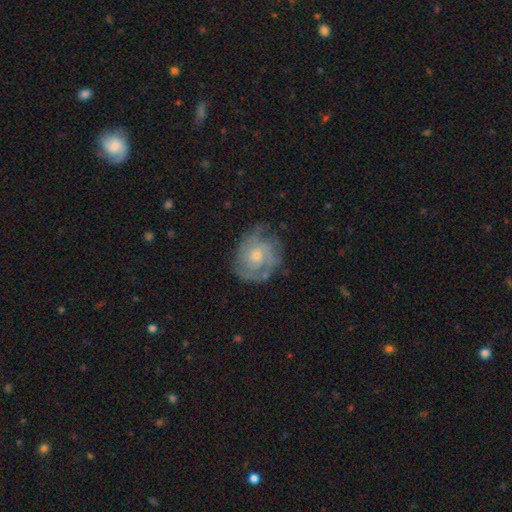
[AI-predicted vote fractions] Smooth or featured? Predicted: featured or disk (p=0.72). Edge-on disk? Predicted: no (p=0.97). Bar? Predicted: no (p=0.80). Spiral arms? Predicted: yes (p=0.83). Spiral winding? Predicted: tight (p=0.57). Spiral arm count? Predicted: can't tell (p=0.39). Bulge size? Predicted: small (p=0.56). Merging? Predicted: none (p=0.65).